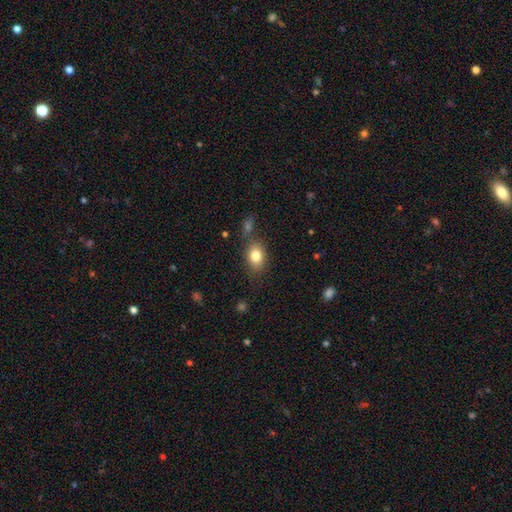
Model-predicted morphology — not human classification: The model was most divided on "how rounded": in between: 76%, round: 22%, cigar-shaped: 2%. More confident: smooth or featured — smooth (82%); merging — none (74%).